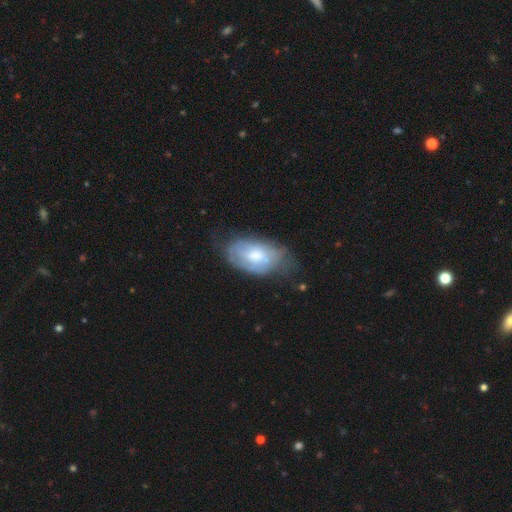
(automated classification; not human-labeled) A smooth galaxy with no disk features (51%) that is in between round and cigar-shaped (93%).

Vote fractions:
- Smooth or featured? smooth: 51% / featured or disk: 42% / star or artifact: 7%
- How rounded? in between: 93% / round: 5% / cigar-shaped: 2%
- Merging? none: 46% / minor disturbance: 34% / major disturbance: 18% / merger: 2%